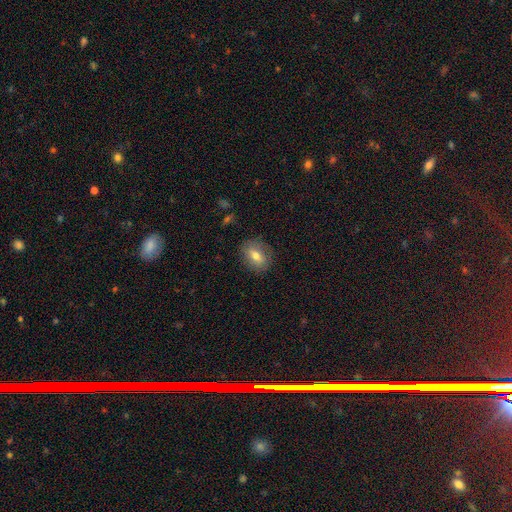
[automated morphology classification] Smooth or featured: smooth — 71% (featured or disk — 21%)
How rounded: in between — 60% (round — 38%)
Merging: none — 83% (minor disturbance — 12%)